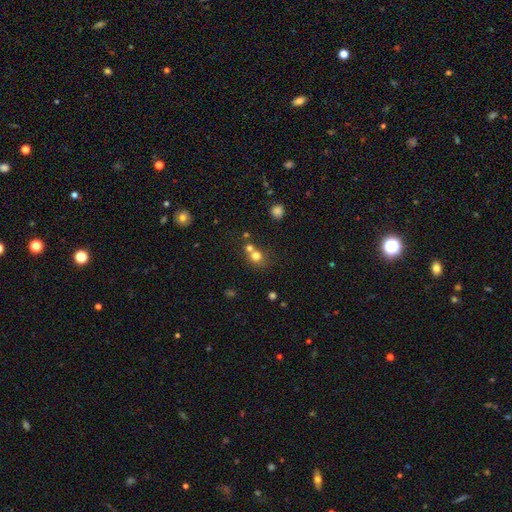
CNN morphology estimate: This is likely a smooth galaxy (73%). How rounded: clearly round (82%). Merging: possibly none (45%).